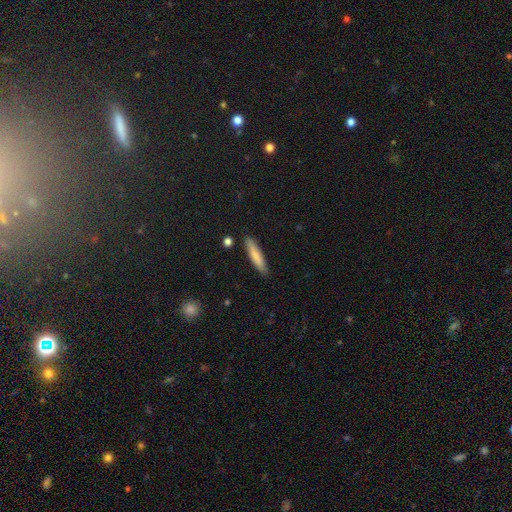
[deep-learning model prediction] smooth 76%, featured or disk 18%, star or artifact 6%. Down the decision tree: how rounded — cigar-shaped (84%); merging — none (87%).